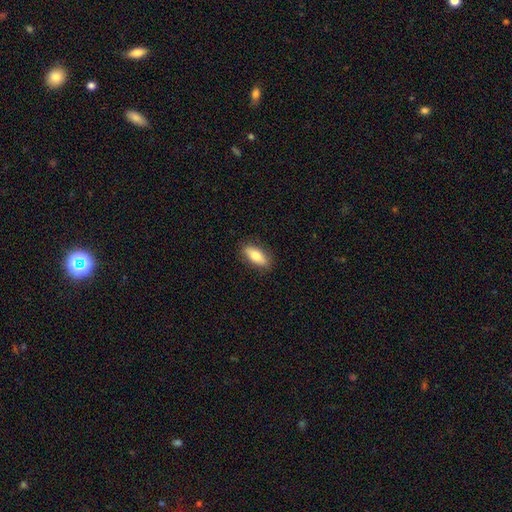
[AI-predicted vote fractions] Smooth or featured: smooth — 75% (featured or disk — 19%)
How rounded: in between — 79% (cigar-shaped — 18%)
Merging: none — 88% (minor disturbance — 9%)